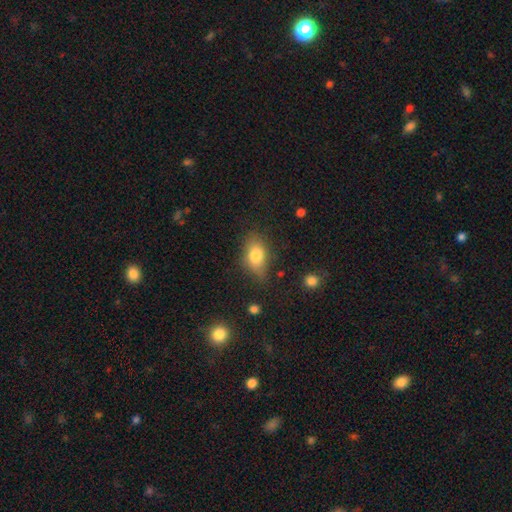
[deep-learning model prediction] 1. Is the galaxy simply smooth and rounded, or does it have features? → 77% smooth, 14% featured or disk, 9% star or artifact.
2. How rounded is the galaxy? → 83% in between, 13% round, 4% cigar-shaped.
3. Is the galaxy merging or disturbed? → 65% none, 25% minor disturbance, 7% major disturbance, 3% merger.